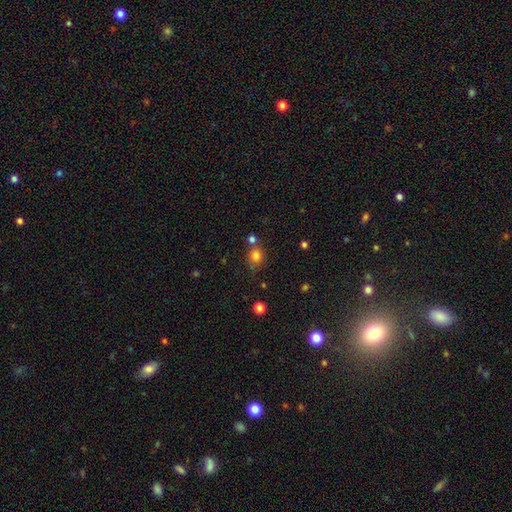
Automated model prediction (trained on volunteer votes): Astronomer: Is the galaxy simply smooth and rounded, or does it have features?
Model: smooth — 80%.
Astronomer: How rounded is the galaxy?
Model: round — 78%.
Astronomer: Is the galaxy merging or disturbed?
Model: none — 63%.